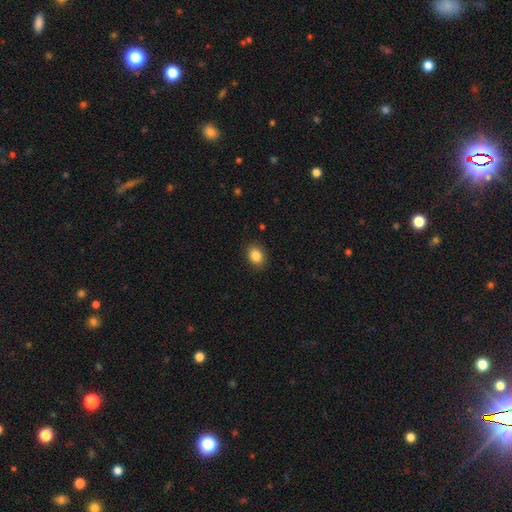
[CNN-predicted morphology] Smooth or featured: smooth — 86% (star or artifact — 9%)
How rounded: in between — 59% (round — 40%)
Merging: none — 89% (minor disturbance — 8%)